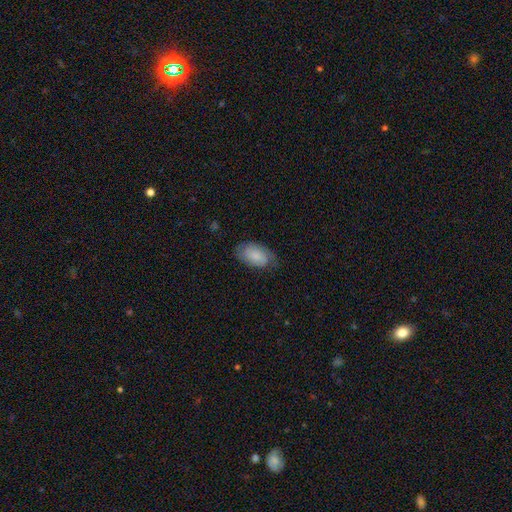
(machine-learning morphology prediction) A smooth galaxy with no disk features (67%) that is in between round and cigar-shaped (93%).

Vote fractions:
- Smooth or featured? smooth: 67% / featured or disk: 26% / star or artifact: 7%
- How rounded? in between: 93% / round: 5% / cigar-shaped: 2%
- Merging? none: 68% / minor disturbance: 23% / major disturbance: 7% / merger: 1%